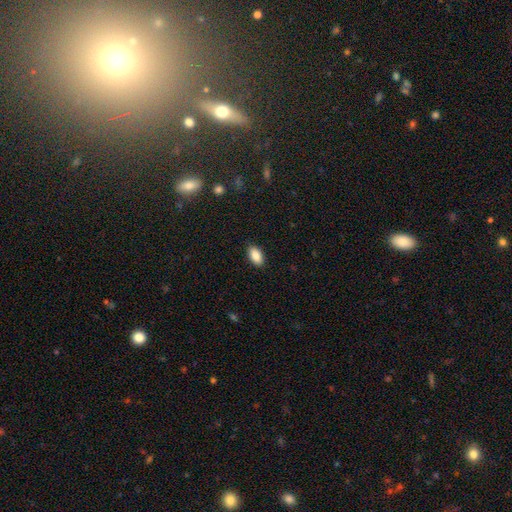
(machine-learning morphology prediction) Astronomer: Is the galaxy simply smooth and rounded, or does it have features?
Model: smooth — 89%.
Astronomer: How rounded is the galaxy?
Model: in between — 94%.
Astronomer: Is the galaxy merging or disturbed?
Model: none — 89%.